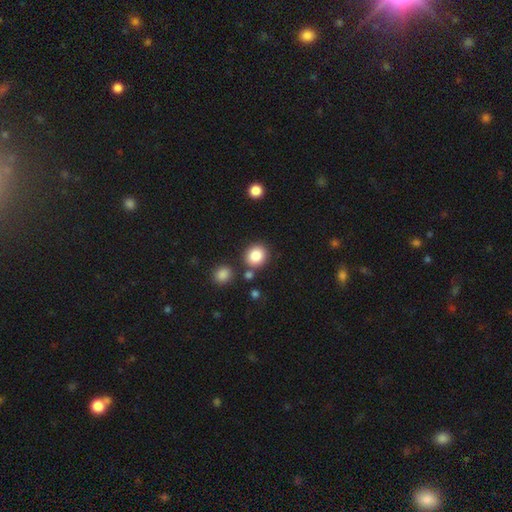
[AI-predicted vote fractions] The model was most divided on "how rounded": round: 82%, in between: 17%, cigar-shaped: 1%. More confident: smooth or featured — smooth (85%); merging — none (79%).